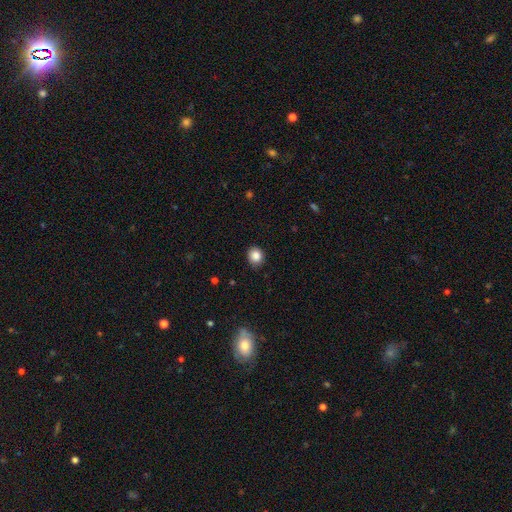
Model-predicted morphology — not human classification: Smooth or featured?
  - smooth: 87% *
  - star or artifact: 10%
  - featured or disk: 3%
How rounded?
  - round: 79% *
  - in between: 20%
  - cigar-shaped: 1%
Merging?
  - none: 86% *
  - minor disturbance: 10%
  - major disturbance: 2%
  - merger: 1%